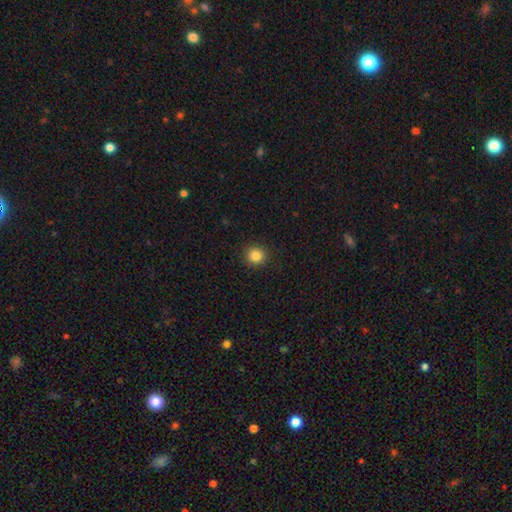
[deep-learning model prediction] The model was most divided on "smooth or featured": smooth: 84%, star or artifact: 11%, featured or disk: 4%. More confident: how rounded — round (92%); merging — none (92%).